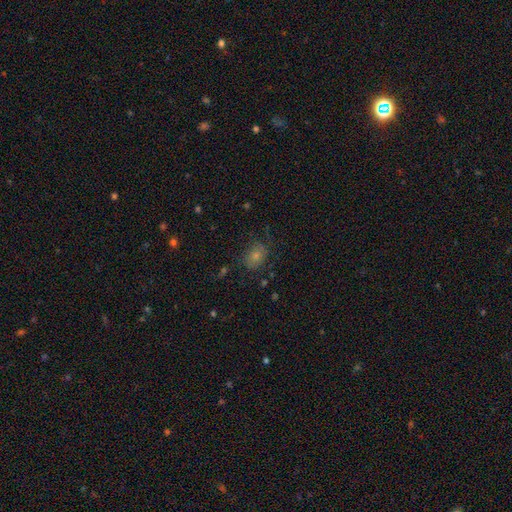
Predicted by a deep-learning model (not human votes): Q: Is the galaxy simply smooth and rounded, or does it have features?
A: smooth — 52%.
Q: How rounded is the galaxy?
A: in between — 52%.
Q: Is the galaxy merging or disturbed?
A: none — 74%.